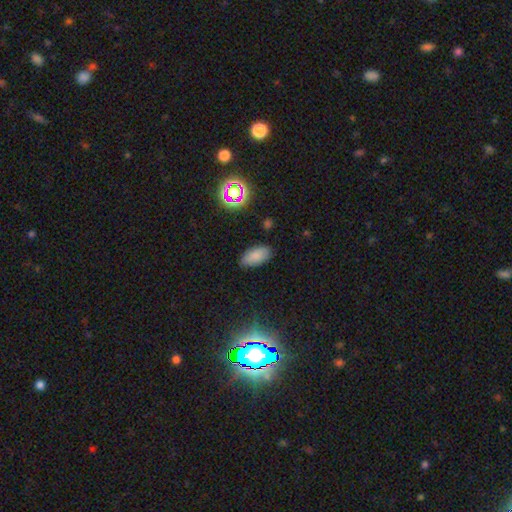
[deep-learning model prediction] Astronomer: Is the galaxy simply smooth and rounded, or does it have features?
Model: smooth — 81%.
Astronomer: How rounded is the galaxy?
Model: in between — 93%.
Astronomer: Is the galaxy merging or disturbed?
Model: none — 83%.